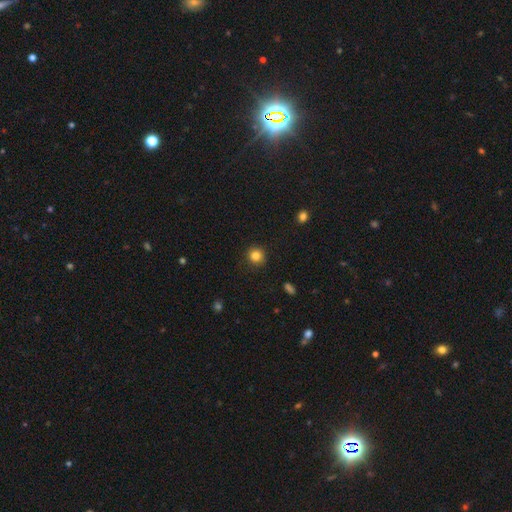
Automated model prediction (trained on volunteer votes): The model was most divided on "smooth or featured": smooth: 83%, star or artifact: 11%, featured or disk: 5%. More confident: how rounded — round (92%); merging — none (91%).